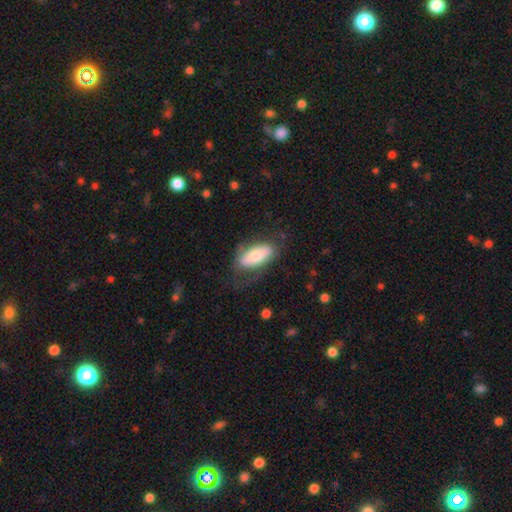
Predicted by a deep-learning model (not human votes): Morphology: type=smooth (64%); roundness=in between (85%); merging=none (59%).